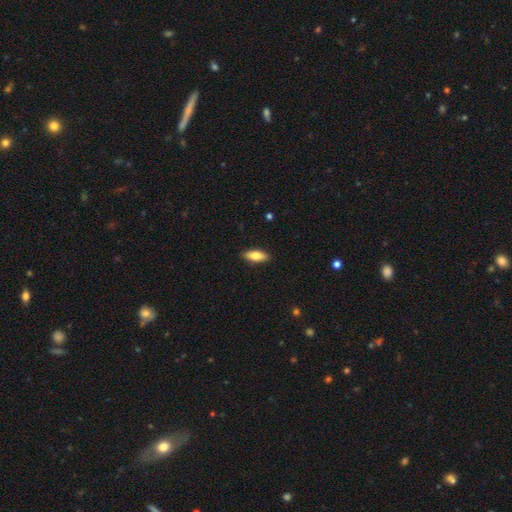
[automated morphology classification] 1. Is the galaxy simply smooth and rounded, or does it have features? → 75% smooth, 19% featured or disk, 6% star or artifact.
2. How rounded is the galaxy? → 75% in between, 23% cigar-shaped, 2% round.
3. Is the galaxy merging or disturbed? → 89% none, 8% minor disturbance, 2% major disturbance, 1% merger.